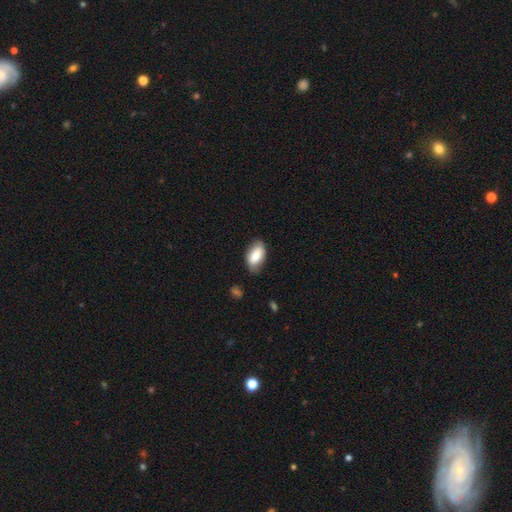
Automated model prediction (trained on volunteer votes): Smooth or featured? Predicted: smooth (p=0.78). How rounded? Predicted: in between (p=0.91). Merging? Predicted: none (p=0.77).